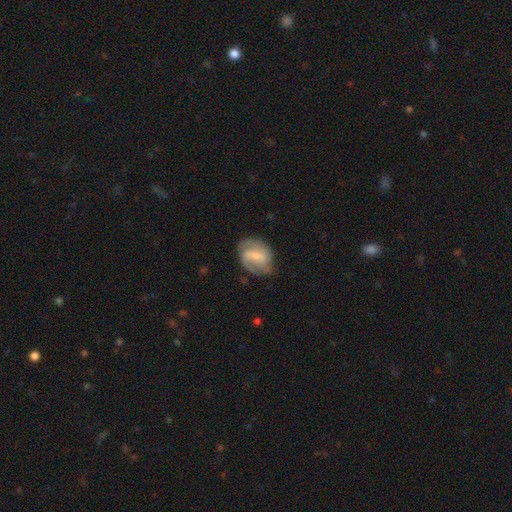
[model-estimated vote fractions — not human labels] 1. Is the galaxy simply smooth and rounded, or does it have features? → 72% featured or disk, 22% smooth, 6% star or artifact.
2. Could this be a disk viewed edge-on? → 97% no, 3% yes.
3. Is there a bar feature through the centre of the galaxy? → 53% weak, 26% strong, 21% no.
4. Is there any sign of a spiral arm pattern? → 91% yes, 9% no.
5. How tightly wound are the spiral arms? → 48% medium, 27% loose, 25% tight.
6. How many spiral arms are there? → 70% 2, 12% can't tell, 9% 3, 6% 1, 2% 4, 2% more than 4.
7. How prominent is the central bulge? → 52% small, 29% moderate, 15% none, 3% large, 1% dominant.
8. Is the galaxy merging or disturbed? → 66% none, 23% minor disturbance, 10% major disturbance, 2% merger.